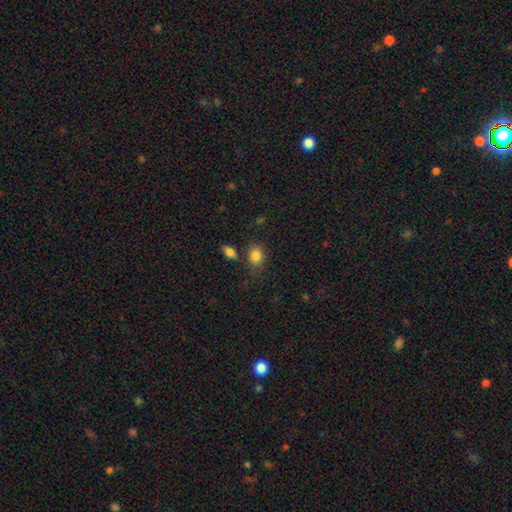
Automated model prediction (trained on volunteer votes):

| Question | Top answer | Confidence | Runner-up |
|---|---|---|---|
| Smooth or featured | smooth | 85% | star or artifact (9%) |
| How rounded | in between | 60% | round (39%) |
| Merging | none | 72% | minor disturbance (15%) |